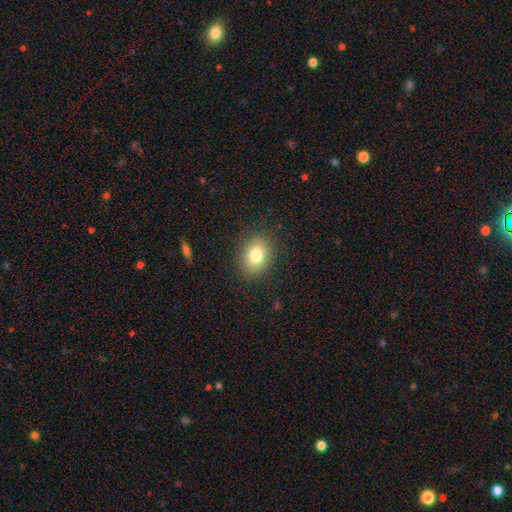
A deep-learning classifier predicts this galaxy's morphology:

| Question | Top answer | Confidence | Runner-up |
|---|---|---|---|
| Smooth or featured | smooth | 81% | star or artifact (10%) |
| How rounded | in between | 69% | round (30%) |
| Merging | none | 89% | minor disturbance (8%) |